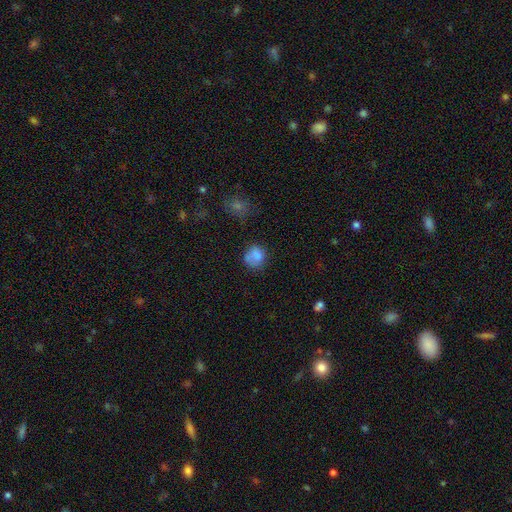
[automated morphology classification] A smooth galaxy with no disk features (76%) that is round (67%). Merging: none (51%).